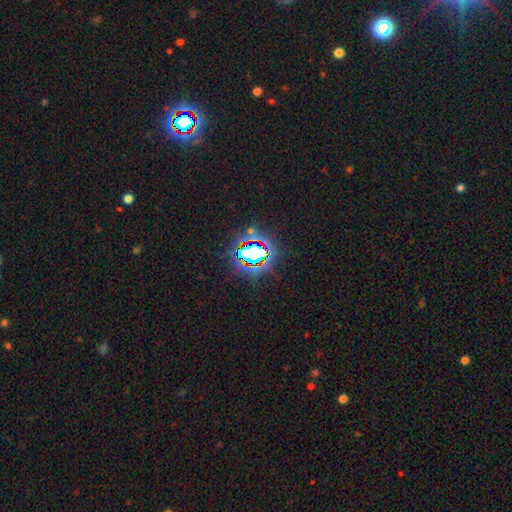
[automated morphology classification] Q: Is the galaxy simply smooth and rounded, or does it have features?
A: star or artifact — 79%.